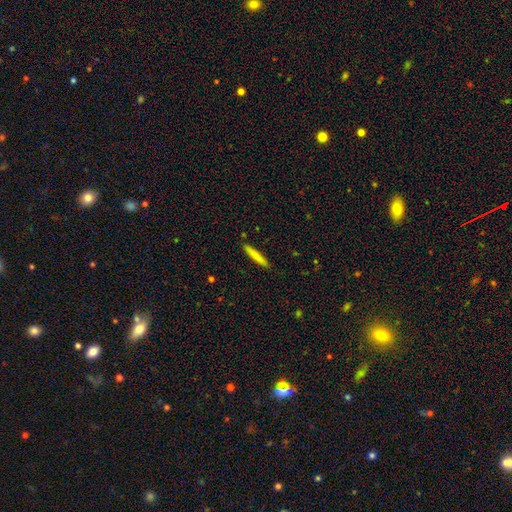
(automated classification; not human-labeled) This is likely a smooth galaxy (79%). How rounded: clearly cigar-shaped (94%). Merging: clearly none (90%).